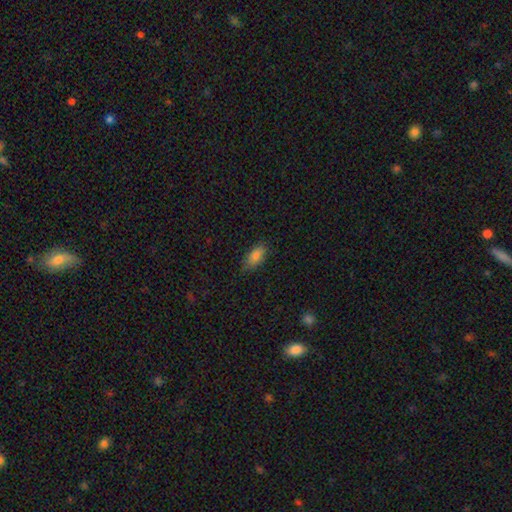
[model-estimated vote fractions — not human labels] A smooth galaxy with no disk features (84%) that is in between round and cigar-shaped (89%).

Vote fractions:
- Smooth or featured? smooth: 84% / star or artifact: 9% / featured or disk: 7%
- How rounded? in between: 89% / cigar-shaped: 8% / round: 3%
- Merging? none: 77% / minor disturbance: 19% / major disturbance: 3% / merger: 1%